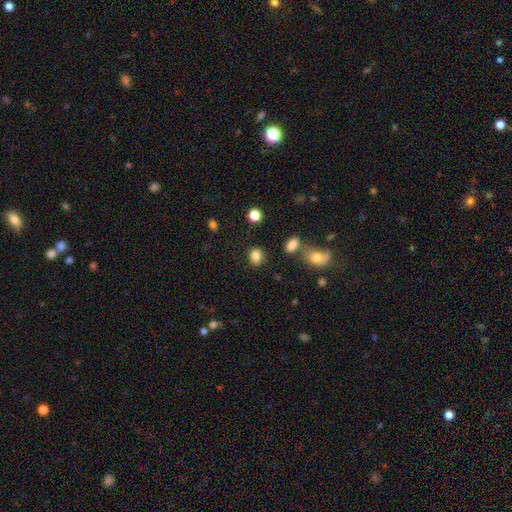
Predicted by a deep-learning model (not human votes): This appears to be a smooth galaxy with no disk features (85%) that is in between round and cigar-shaped (51%). Merging: none (80%).